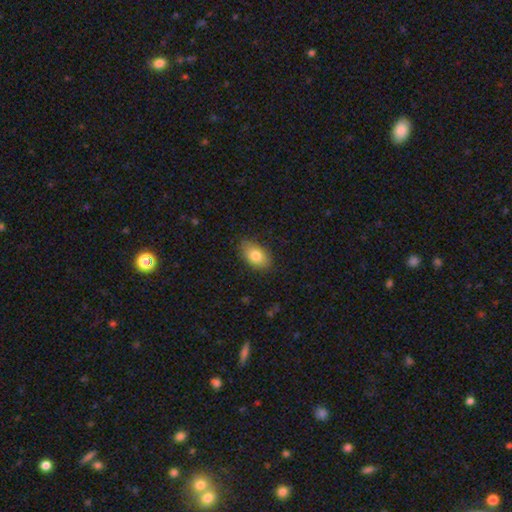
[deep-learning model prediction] Smooth or featured? Predicted: smooth (p=0.80). How rounded? Predicted: in between (p=0.90). Merging? Predicted: none (p=0.84).